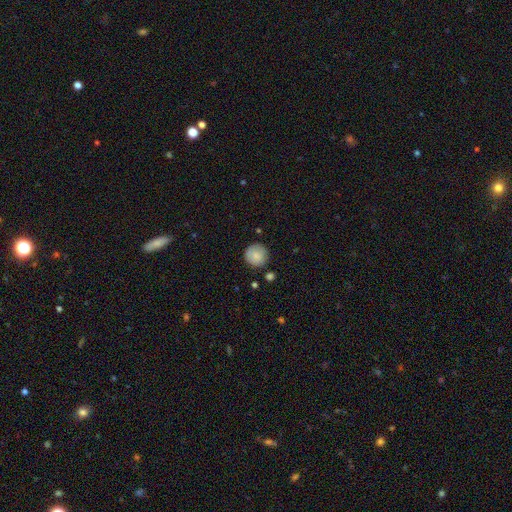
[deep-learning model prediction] smooth 84%, featured or disk 9%, star or artifact 7%. Down the decision tree: how rounded — round (95%); merging — none (84%).